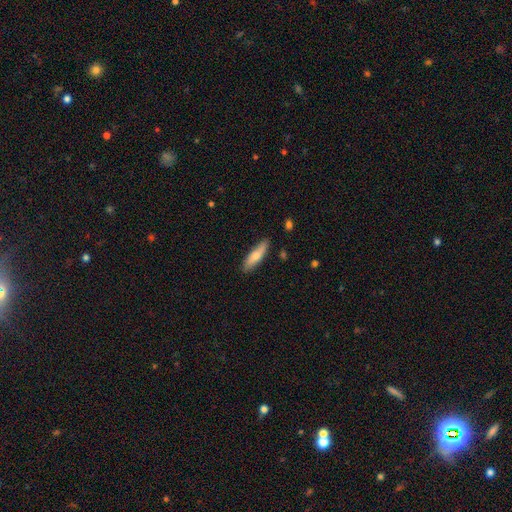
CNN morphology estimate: type=smooth (70%); roundness=cigar-shaped (67%); merging=none (85%).